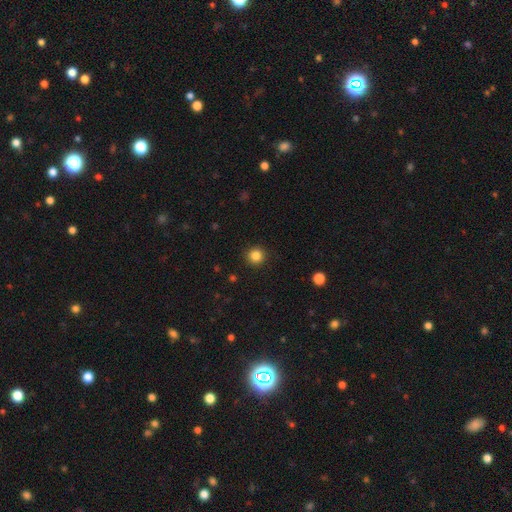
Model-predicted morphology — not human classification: smooth 84%, star or artifact 12%, featured or disk 4%. Down the decision tree: how rounded — round (93%); merging — none (91%).